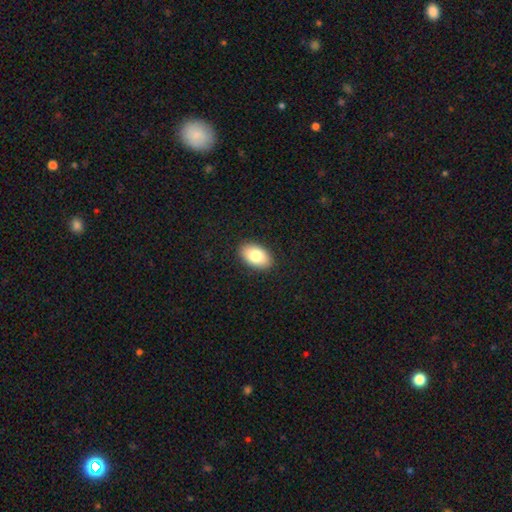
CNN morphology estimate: Smooth or featured: smooth — 81% (featured or disk — 12%)
How rounded: in between — 92% (round — 7%)
Merging: none — 90% (minor disturbance — 8%)